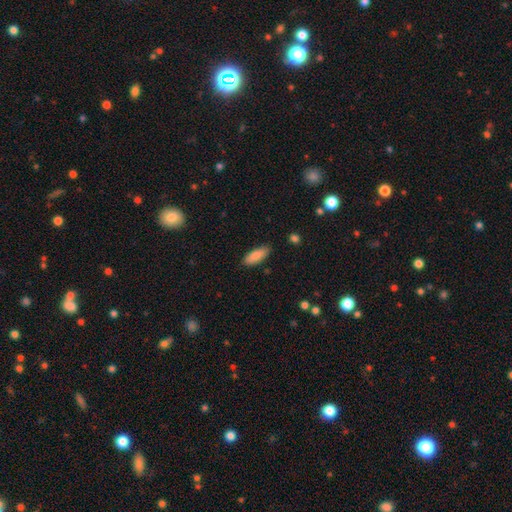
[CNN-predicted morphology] smooth-or-featured: smooth: 87% | featured or disk: 6% | star or artifact: 6%
  how-rounded: in between: 74% | cigar-shaped: 24% | round: 2%
  merging: none: 86% | minor disturbance: 11% | major disturbance: 2% | merger: 1%